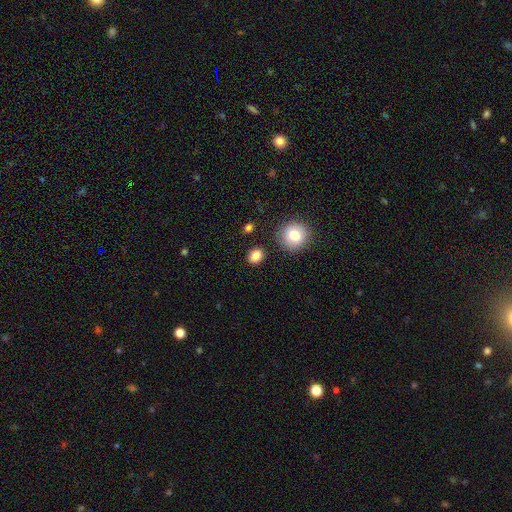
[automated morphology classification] Q: Smooth or featured?
A: smooth (85%); runner-up: star or artifact (10%)
Q: How rounded?
A: round (62%); runner-up: in between (37%)
Q: Merging?
A: none (86%); runner-up: minor disturbance (8%)